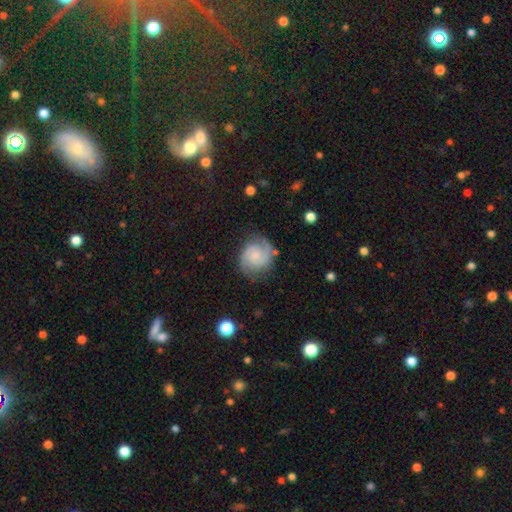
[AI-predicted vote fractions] Smooth or featured? Predicted: featured or disk (p=0.73). Edge-on disk? Predicted: no (p=0.98). Bar? Predicted: no (p=0.60). Spiral arms? Predicted: yes (p=0.95). Spiral winding? Predicted: medium (p=0.44). Spiral arm count? Predicted: 2 (p=0.75). Bulge size? Predicted: small (p=0.57). Merging? Predicted: none (p=0.72).